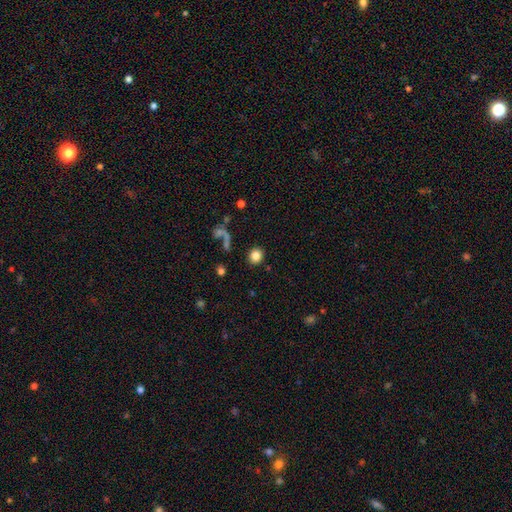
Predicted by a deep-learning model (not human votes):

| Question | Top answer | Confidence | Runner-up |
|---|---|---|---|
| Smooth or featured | smooth | 83% | star or artifact (10%) |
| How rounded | round | 85% | in between (14%) |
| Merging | none | 87% | minor disturbance (6%) |